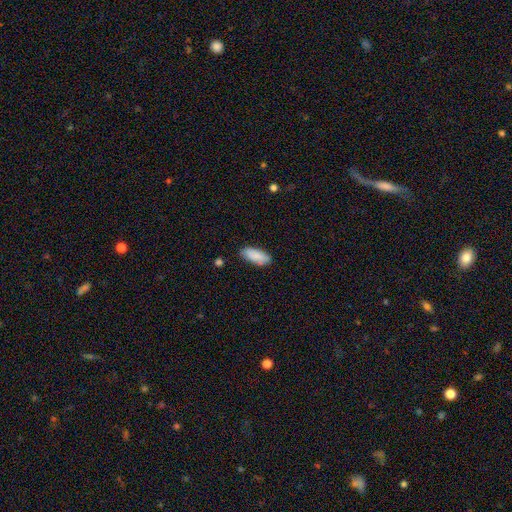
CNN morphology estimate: Smooth or featured?
  - smooth: 89% *
  - star or artifact: 6%
  - featured or disk: 5%
How rounded?
  - in between: 82% *
  - cigar-shaped: 16%
  - round: 2%
Merging?
  - none: 83% *
  - minor disturbance: 13%
  - major disturbance: 2%
  - merger: 2%